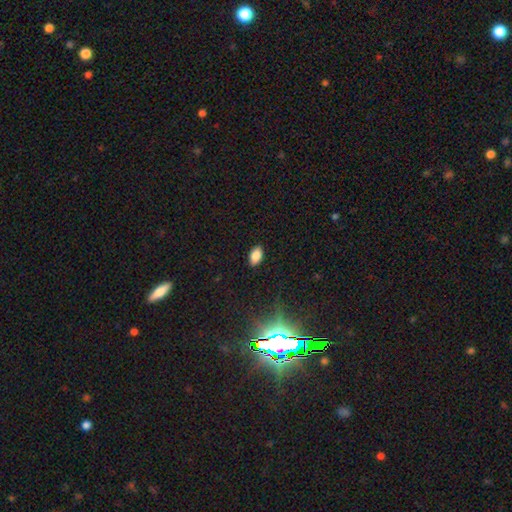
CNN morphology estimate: Overall: smooth (84%). How rounded: in between (92%). Merging: none (88%).